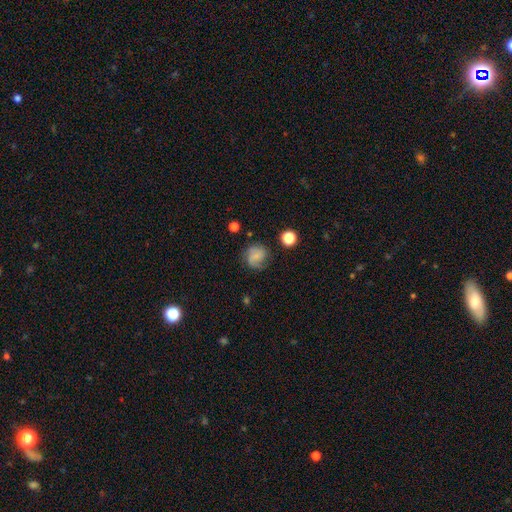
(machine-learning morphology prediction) Q: Smooth or featured?
A: smooth (56%); runner-up: featured or disk (33%)
Q: How rounded?
A: round (81%); runner-up: in between (18%)
Q: Merging?
A: none (68%); runner-up: minor disturbance (21%)